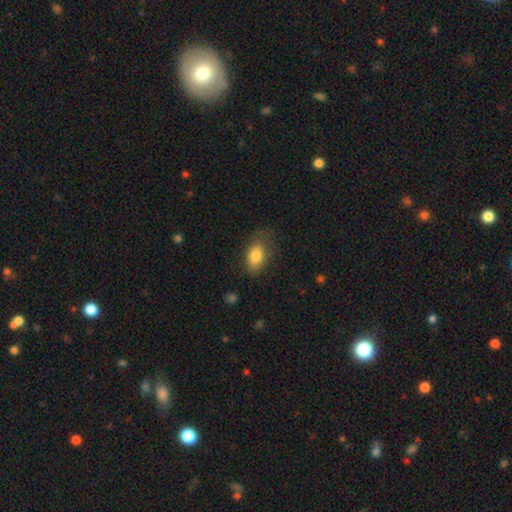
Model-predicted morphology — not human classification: The model was most divided on "merging": none: 61%, minor disturbance: 25%, major disturbance: 12%, merger: 2%. More confident: how rounded — in between (89%); smooth or featured — smooth (82%).